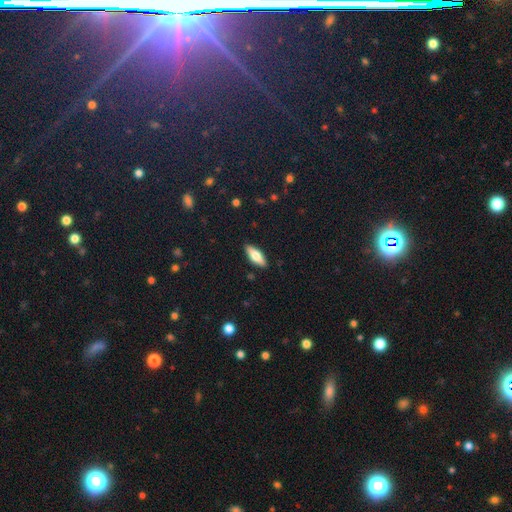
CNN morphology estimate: smooth_or_featured: smooth (p=0.63) [alt: featured or disk p=0.30]
how_rounded: in between (p=0.64) [alt: cigar-shaped p=0.33]
merging: none (p=0.88) [alt: minor disturbance p=0.09]